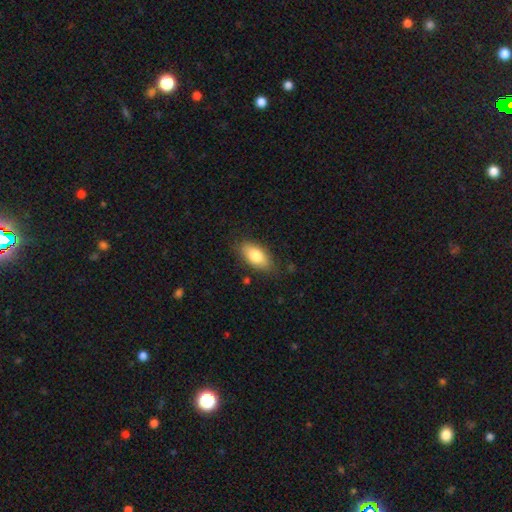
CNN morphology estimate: Smooth or featured: smooth — 80% (featured or disk — 14%)
How rounded: in between — 89% (cigar-shaped — 7%)
Merging: none — 81% (minor disturbance — 14%)